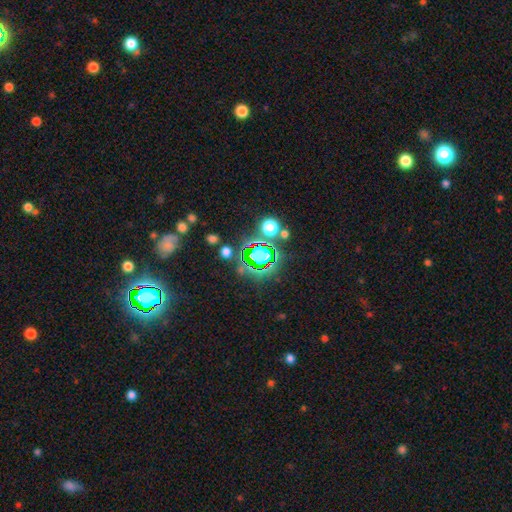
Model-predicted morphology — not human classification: Smooth or featured? star or artifact (78%)